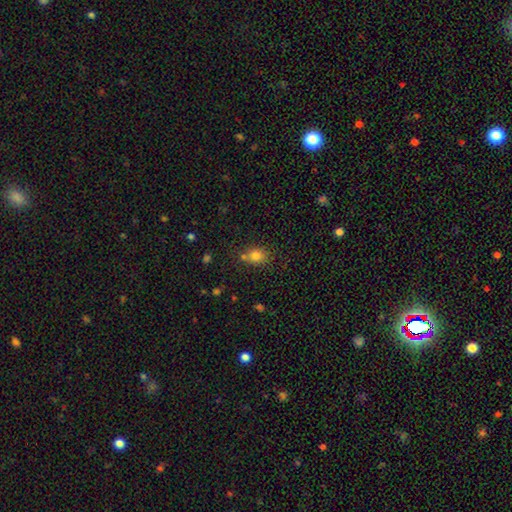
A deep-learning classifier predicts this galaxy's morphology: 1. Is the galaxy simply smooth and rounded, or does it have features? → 80% smooth, 12% star or artifact, 8% featured or disk.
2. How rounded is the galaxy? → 55% round, 44% in between, 1% cigar-shaped.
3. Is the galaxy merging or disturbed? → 63% none, 18% merger, 15% minor disturbance, 4% major disturbance.